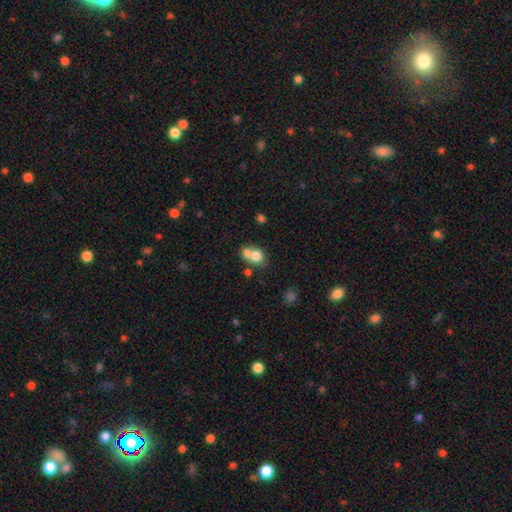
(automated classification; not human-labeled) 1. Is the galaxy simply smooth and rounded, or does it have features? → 73% smooth, 16% featured or disk, 10% star or artifact.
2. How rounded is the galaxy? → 67% round, 32% in between, 1% cigar-shaped.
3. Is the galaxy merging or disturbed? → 60% merger, 29% none, 7% minor disturbance, 4% major disturbance.